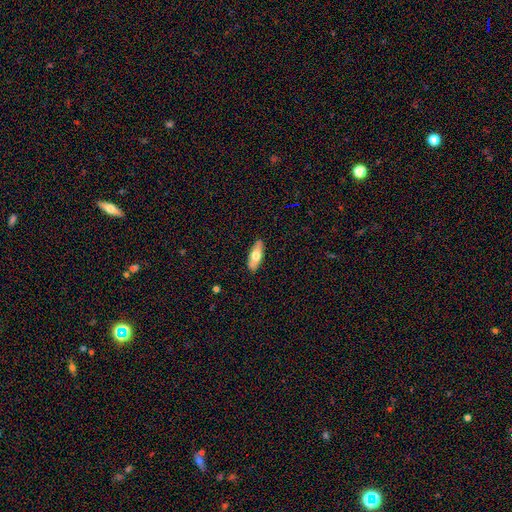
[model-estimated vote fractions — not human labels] This is likely a smooth galaxy (64%). How rounded: likely in between (71%). Merging: clearly none (88%).